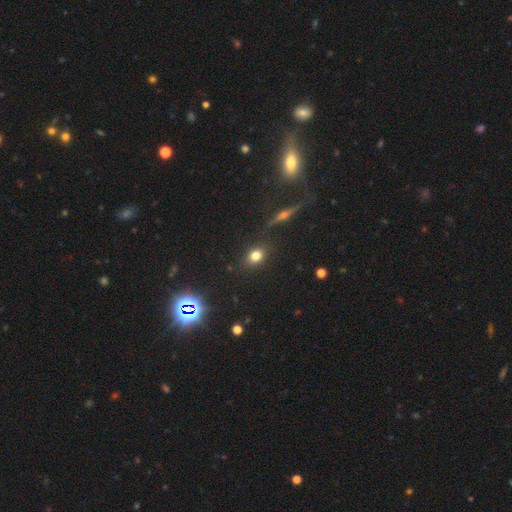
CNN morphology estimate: smooth-or-featured: smooth: 75% | star or artifact: 16% | featured or disk: 10%
  how-rounded: in between: 50% | round: 47% | cigar-shaped: 3%
  merging: none: 85% | minor disturbance: 10% | major disturbance: 3% | merger: 2%